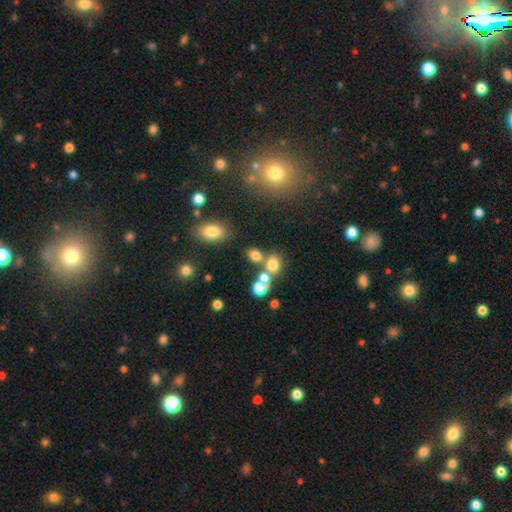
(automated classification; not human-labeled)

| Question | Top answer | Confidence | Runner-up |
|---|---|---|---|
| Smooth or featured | smooth | 72% | star or artifact (18%) |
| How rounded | round | 51% | in between (47%) |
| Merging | none | 52% | merger (31%) |